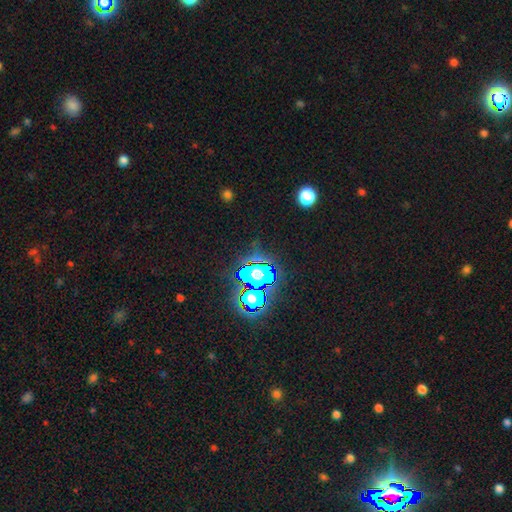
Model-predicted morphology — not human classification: Smooth or featured?
  - star or artifact: 80% *
  - smooth: 12%
  - featured or disk: 8%